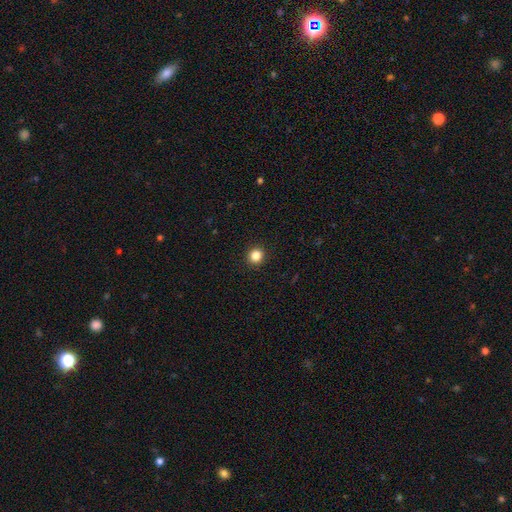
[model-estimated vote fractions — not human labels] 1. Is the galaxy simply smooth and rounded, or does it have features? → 84% smooth, 12% star or artifact, 4% featured or disk.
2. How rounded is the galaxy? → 91% round, 8% in between, 1% cigar-shaped.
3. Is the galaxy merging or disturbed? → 93% none, 4% minor disturbance, 2% major disturbance, 1% merger.